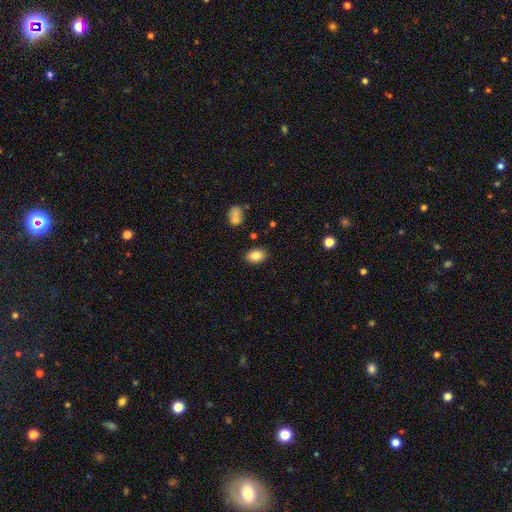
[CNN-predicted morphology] smooth_or_featured: smooth (p=0.84) [alt: star or artifact p=0.09]
how_rounded: in between (p=0.74) [alt: round p=0.24]
merging: none (p=0.86) [alt: minor disturbance p=0.09]